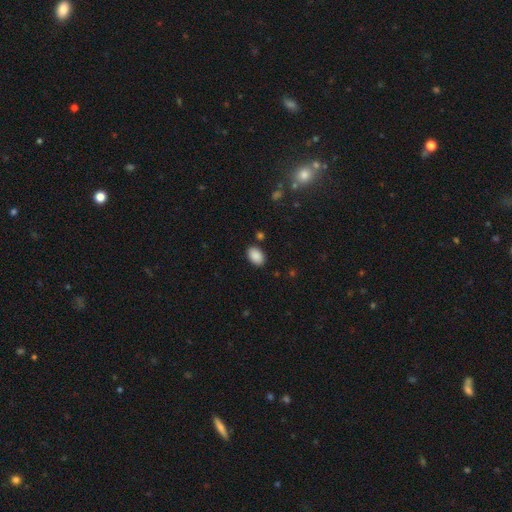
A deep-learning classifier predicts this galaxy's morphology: Smooth or featured? Predicted: smooth (p=0.89). How rounded? Predicted: in between (p=0.86). Merging? Predicted: none (p=0.85).